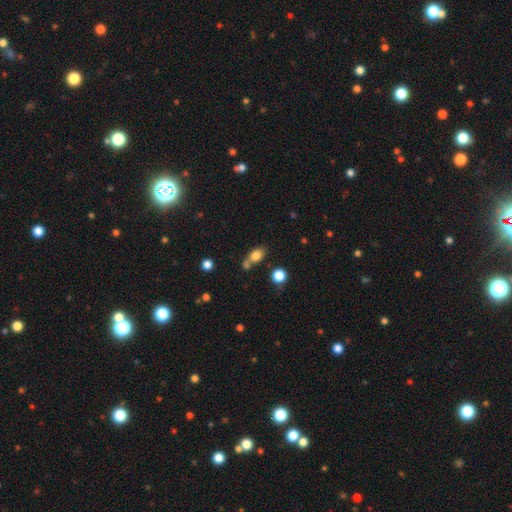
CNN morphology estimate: smooth-or-featured: smooth: 79% | star or artifact: 11% | featured or disk: 10%
  how-rounded: in between: 72% | round: 24% | cigar-shaped: 3%
  merging: none: 51% | merger: 31% | minor disturbance: 13% | major disturbance: 5%